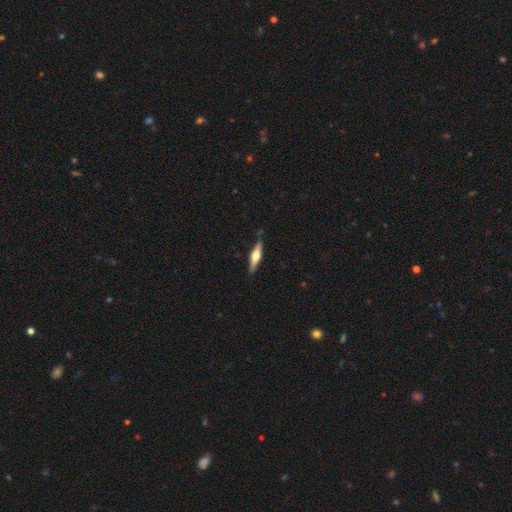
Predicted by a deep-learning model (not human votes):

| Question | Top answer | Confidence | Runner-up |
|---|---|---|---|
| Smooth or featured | featured or disk | 60% | smooth (35%) |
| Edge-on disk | yes | 96% | no (4%) |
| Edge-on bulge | rounded | 89% | boxy (8%) |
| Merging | none | 86% | minor disturbance (11%) |